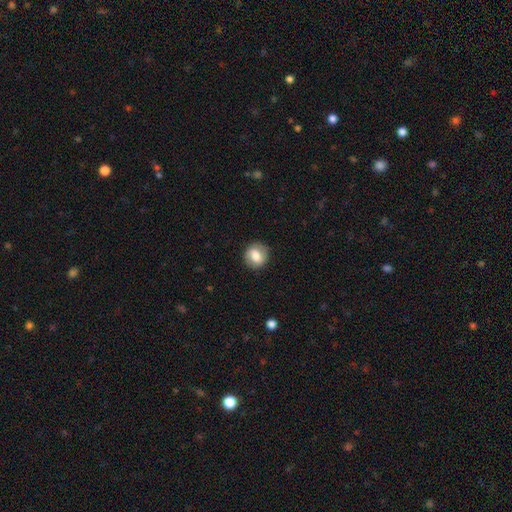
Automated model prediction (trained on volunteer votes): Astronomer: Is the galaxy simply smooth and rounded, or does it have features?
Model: smooth — 65%.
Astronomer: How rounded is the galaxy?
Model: round — 80%.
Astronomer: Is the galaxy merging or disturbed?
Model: none — 85%.